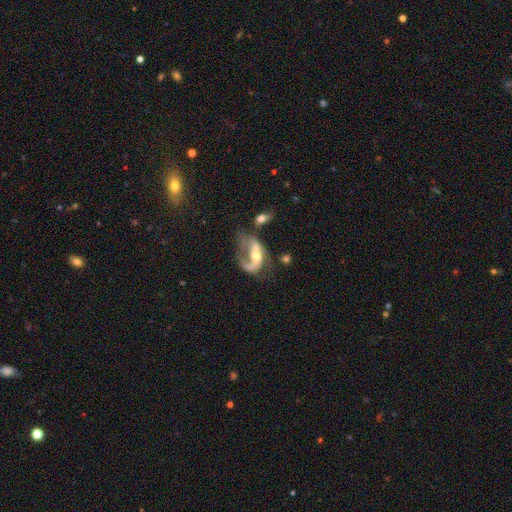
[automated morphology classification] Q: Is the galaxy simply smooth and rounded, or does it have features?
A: featured or disk — 72%.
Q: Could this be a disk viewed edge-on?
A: no — 95%.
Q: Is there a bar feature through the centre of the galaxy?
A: no — 48%.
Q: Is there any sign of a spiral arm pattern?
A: yes — 77%.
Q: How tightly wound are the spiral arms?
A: loose — 55%.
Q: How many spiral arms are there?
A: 1 — 51%.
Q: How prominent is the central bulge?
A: moderate — 54%.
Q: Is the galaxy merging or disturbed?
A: major disturbance — 43%.